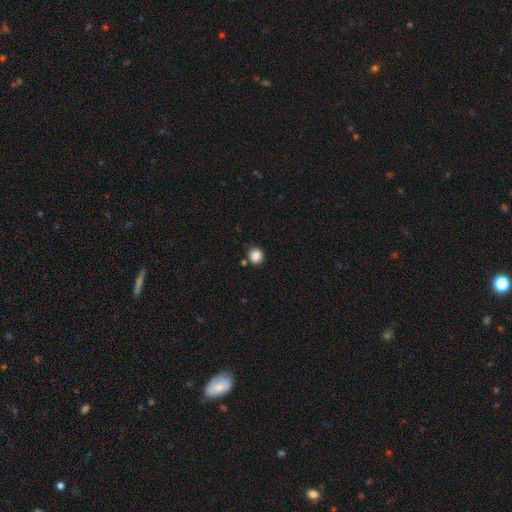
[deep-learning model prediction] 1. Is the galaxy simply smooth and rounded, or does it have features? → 86% smooth, 11% star or artifact, 3% featured or disk.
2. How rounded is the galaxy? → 84% round, 15% in between, 1% cigar-shaped.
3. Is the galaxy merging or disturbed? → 82% none, 11% minor disturbance, 4% merger, 3% major disturbance.